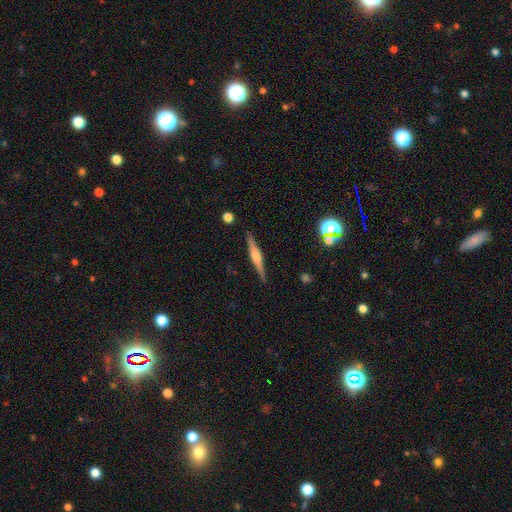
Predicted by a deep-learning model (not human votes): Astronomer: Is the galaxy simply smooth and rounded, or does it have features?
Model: featured or disk — 68%.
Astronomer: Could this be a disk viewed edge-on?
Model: yes — 98%.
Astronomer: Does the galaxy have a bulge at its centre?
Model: rounded — 71%.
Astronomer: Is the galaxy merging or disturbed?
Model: none — 91%.